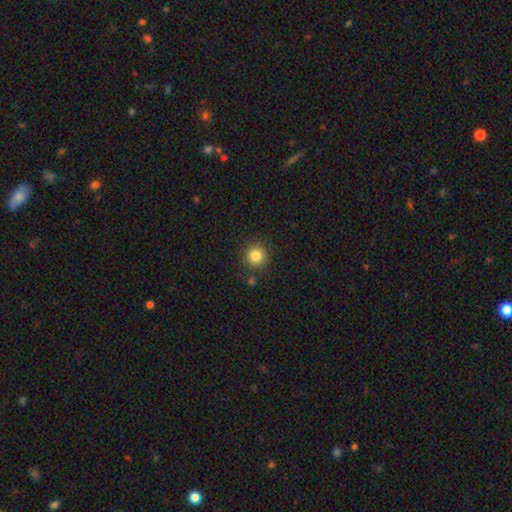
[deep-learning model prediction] Q: Smooth or featured?
A: smooth (83%); runner-up: star or artifact (11%)
Q: How rounded?
A: round (94%); runner-up: in between (5%)
Q: Merging?
A: none (87%); runner-up: minor disturbance (7%)